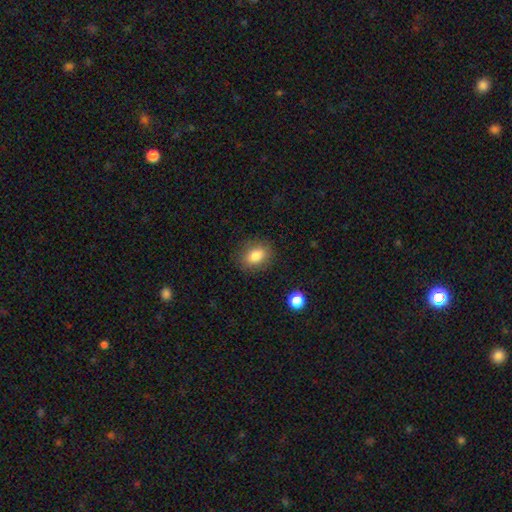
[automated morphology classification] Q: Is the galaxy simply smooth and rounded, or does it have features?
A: smooth — 84%.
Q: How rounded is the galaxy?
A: in between — 71%.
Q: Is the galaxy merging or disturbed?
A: none — 85%.